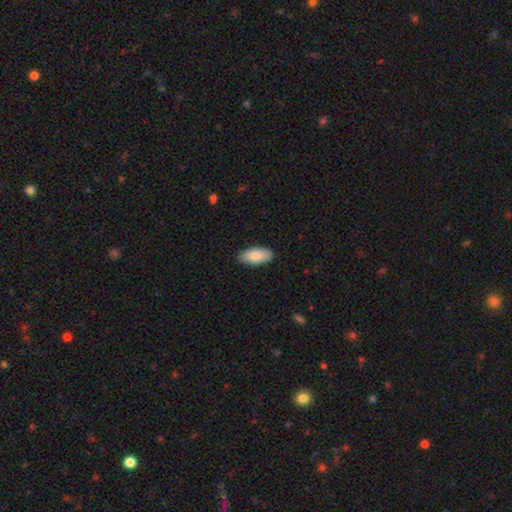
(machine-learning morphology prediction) smooth 86%, featured or disk 9%, star or artifact 5%. Down the decision tree: how rounded — in between (91%); merging — none (88%).